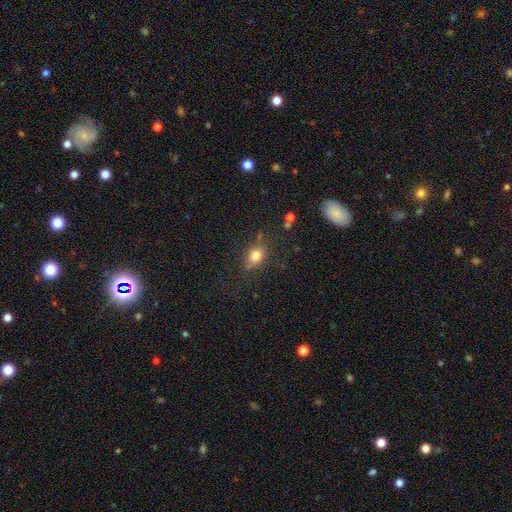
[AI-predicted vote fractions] Morphology: type=smooth (78%); roundness=in between (56%); merging=none (73%).